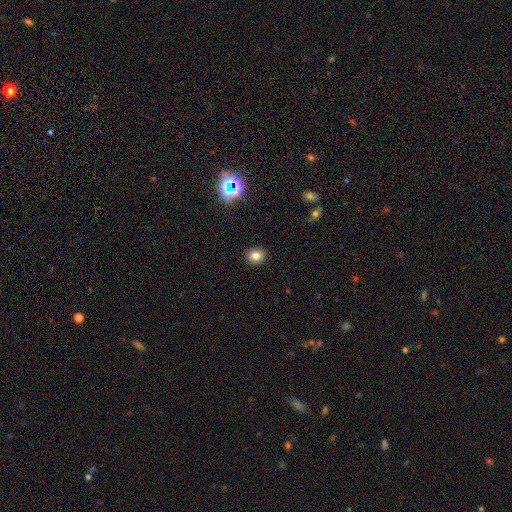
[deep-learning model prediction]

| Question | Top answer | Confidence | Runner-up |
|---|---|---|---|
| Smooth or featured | smooth | 79% | star or artifact (14%) |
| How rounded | round | 73% | in between (26%) |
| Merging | none | 91% | minor disturbance (6%) |